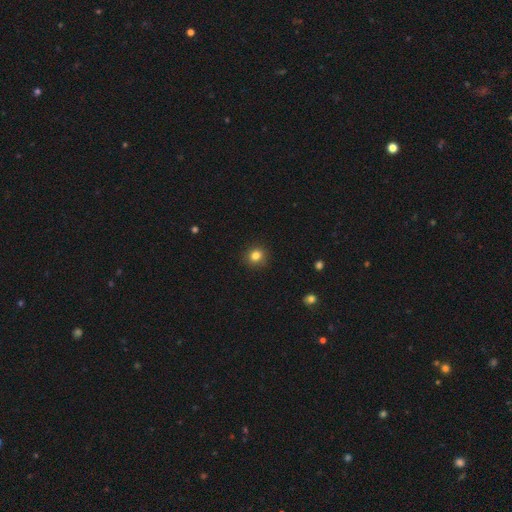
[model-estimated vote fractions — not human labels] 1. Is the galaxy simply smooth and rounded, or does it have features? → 83% smooth, 12% star or artifact, 5% featured or disk.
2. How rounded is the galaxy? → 84% round, 15% in between, 1% cigar-shaped.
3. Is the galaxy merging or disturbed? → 90% none, 7% minor disturbance, 2% major disturbance, 1% merger.